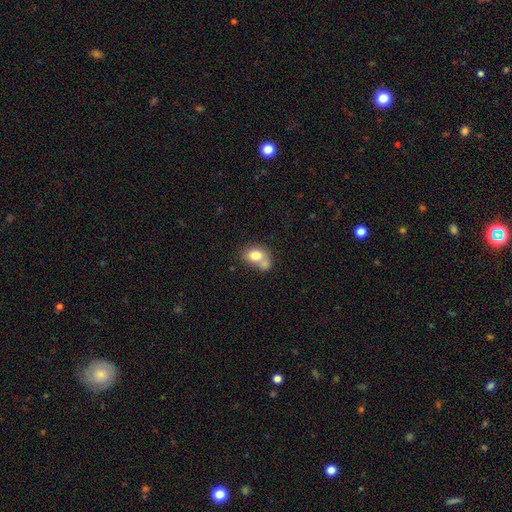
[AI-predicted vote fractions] smooth-or-featured: smooth: 76% | featured or disk: 15% | star or artifact: 9%
  how-rounded: in between: 61% | round: 38% | cigar-shaped: 1%
  merging: merger: 49% | none: 30% | minor disturbance: 14% | major disturbance: 6%